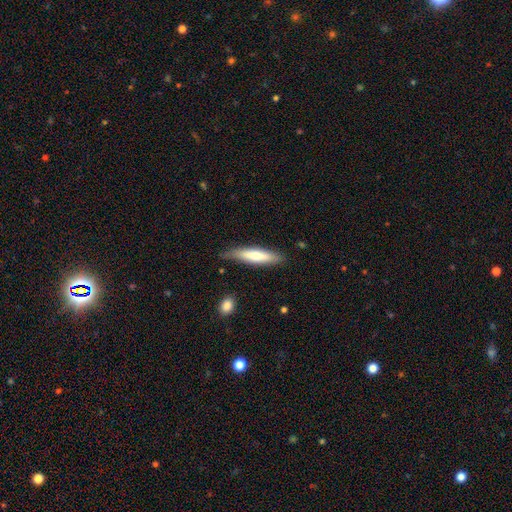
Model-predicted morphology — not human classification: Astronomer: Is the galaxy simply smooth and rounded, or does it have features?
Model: smooth — 66%.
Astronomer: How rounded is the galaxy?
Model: cigar-shaped — 78%.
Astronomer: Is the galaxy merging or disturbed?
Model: none — 78%.